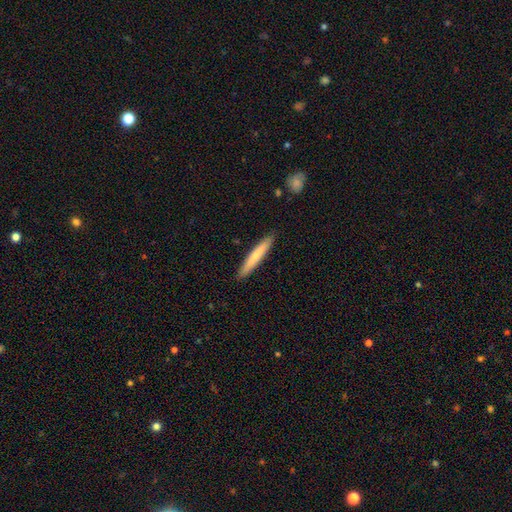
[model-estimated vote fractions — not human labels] Q: Smooth or featured?
A: smooth (72%); runner-up: featured or disk (23%)
Q: How rounded?
A: cigar-shaped (95%); runner-up: in between (4%)
Q: Merging?
A: none (91%); runner-up: minor disturbance (7%)